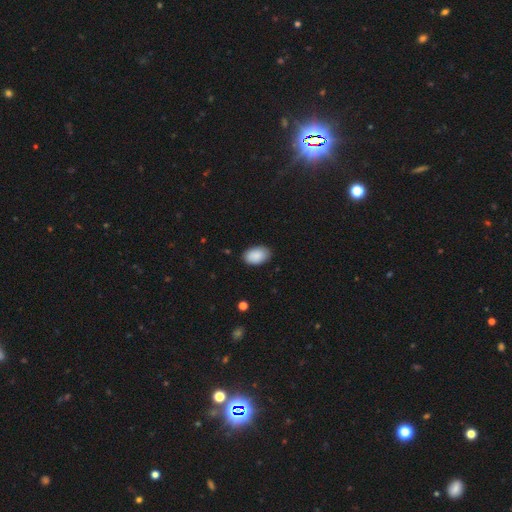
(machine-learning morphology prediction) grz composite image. It shows a smooth galaxy with no disk features (90%) that is in between round and cigar-shaped (91%). Merging: none (86%).